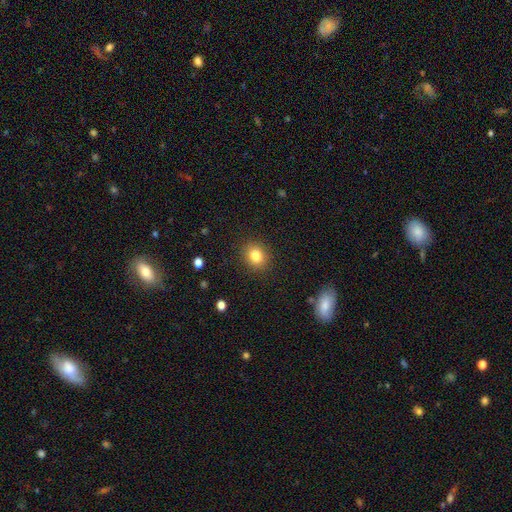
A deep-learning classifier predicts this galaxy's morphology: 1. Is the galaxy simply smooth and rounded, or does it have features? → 82% smooth, 11% star or artifact, 7% featured or disk.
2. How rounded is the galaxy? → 76% round, 24% in between, 1% cigar-shaped.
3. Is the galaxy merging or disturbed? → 89% none, 7% minor disturbance, 3% major disturbance, 1% merger.